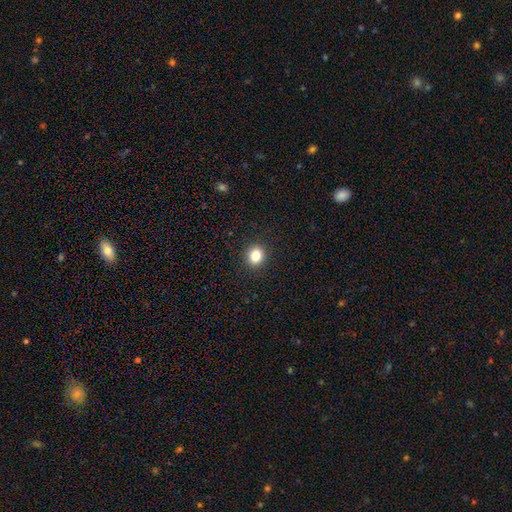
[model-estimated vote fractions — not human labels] Overall: smooth (83%). How rounded: round (66%; in between 33%). Merging: none (92%).